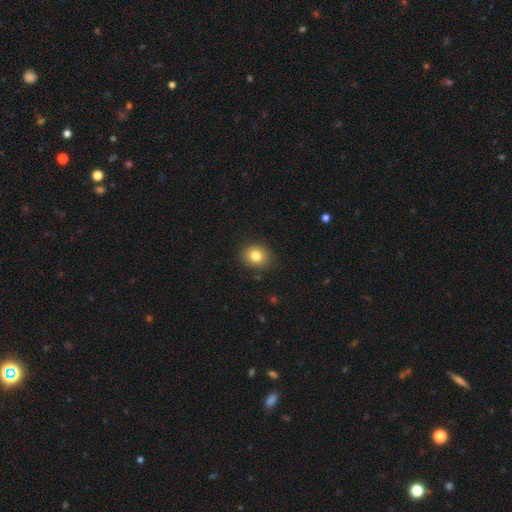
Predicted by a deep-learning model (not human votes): This appears to be a smooth galaxy with no disk features (82%) that is round (76%). Merging: none (88%).